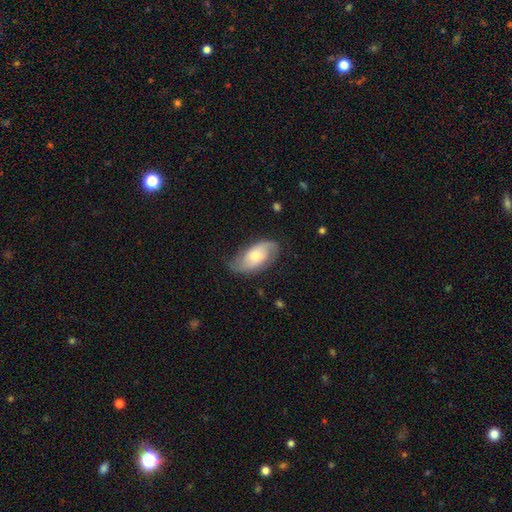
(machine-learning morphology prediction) smooth-or-featured: featured or disk: 64% | smooth: 30% | star or artifact: 6%
  disk-edge-on: no: 95% | yes: 5%
    bar: no: 70% | weak: 25% | strong: 6%
    has-spiral-arms: yes: 90% | no: 10%
      spiral-winding: medium: 41% | loose: 35% | tight: 24%
      spiral-arm-count: 2: 83% | can't tell: 9% | 1: 4% | 3: 2% | 4: 1% | more than 4: 1%
    bulge-size: small: 53% | moderate: 38% | large: 5% | none: 3% | dominant: 2%
  merging: none: 68% | minor disturbance: 22% | major disturbance: 8% | merger: 1%